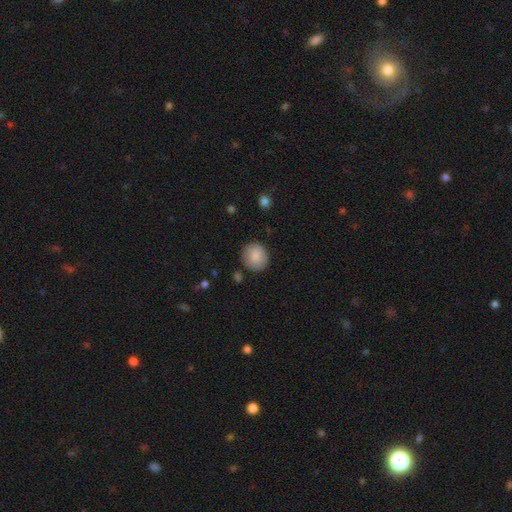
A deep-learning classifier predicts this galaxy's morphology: smooth-or-featured: smooth: 87% | star or artifact: 7% | featured or disk: 6%
  how-rounded: round: 87% | in between: 12% | cigar-shaped: 1%
  merging: none: 85% | minor disturbance: 10% | major disturbance: 3% | merger: 2%